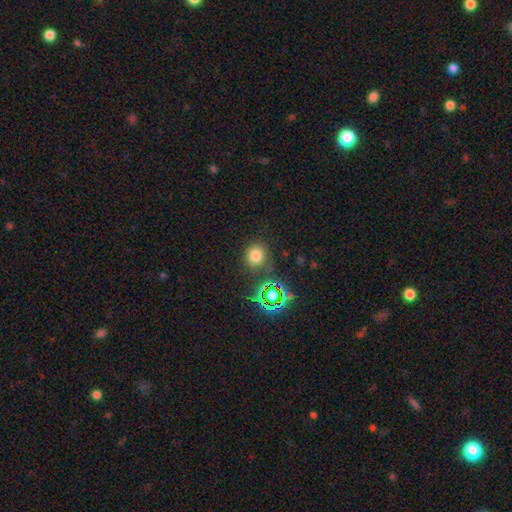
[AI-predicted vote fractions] Overall: smooth (71%). How rounded: round (82%). Merging: none (81%).